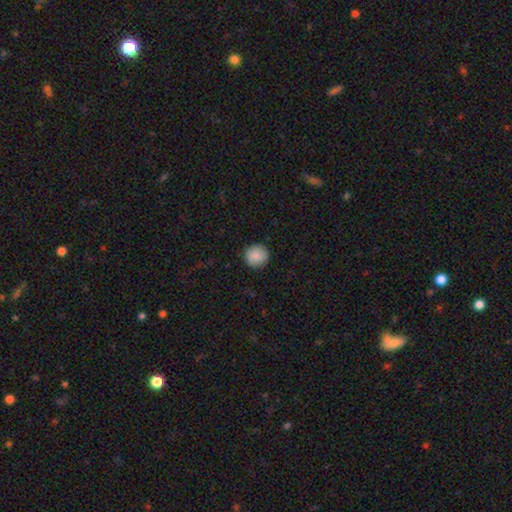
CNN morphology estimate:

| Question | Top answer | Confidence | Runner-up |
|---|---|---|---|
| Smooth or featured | smooth | 89% | star or artifact (7%) |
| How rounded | round | 94% | in between (5%) |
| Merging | none | 91% | minor disturbance (7%) |